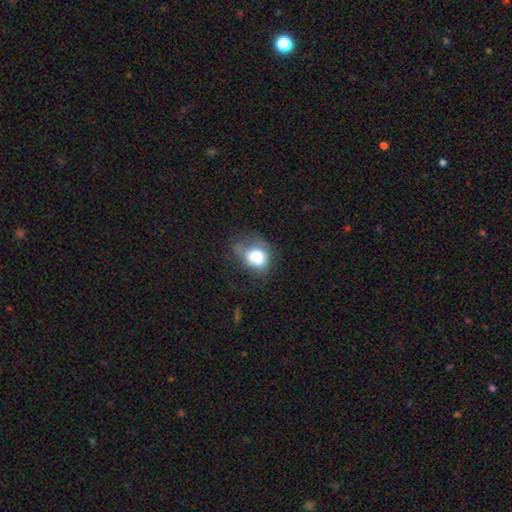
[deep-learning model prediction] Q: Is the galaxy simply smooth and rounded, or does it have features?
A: smooth — 67%.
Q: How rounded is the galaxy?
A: in between — 50%.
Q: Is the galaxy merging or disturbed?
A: none — 30%.